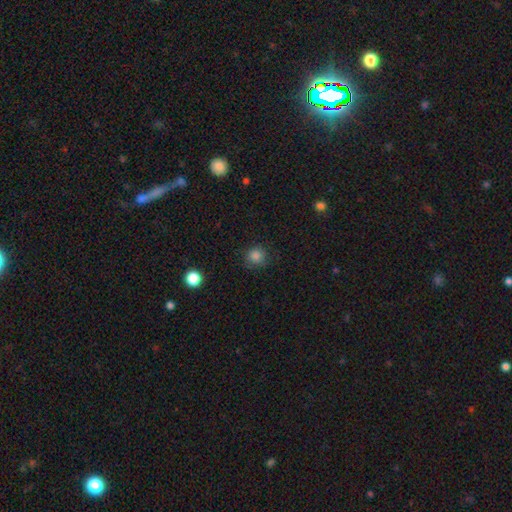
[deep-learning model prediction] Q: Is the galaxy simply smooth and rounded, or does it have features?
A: smooth — 83%.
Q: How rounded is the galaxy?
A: round — 91%.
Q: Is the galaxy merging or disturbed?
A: none — 84%.